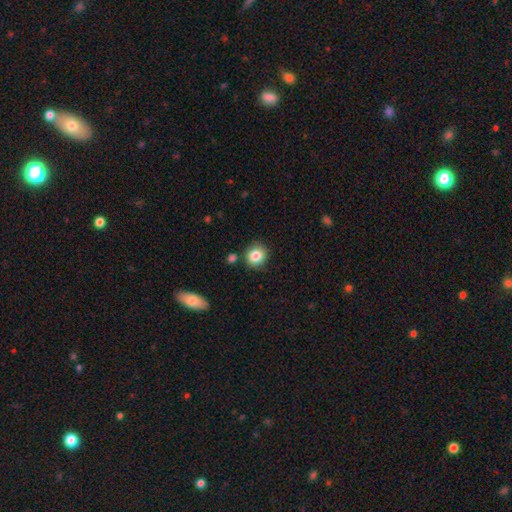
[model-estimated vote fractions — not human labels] Smooth or featured? Predicted: smooth (p=0.84). How rounded? Predicted: round (p=0.82). Merging? Predicted: none (p=0.83).